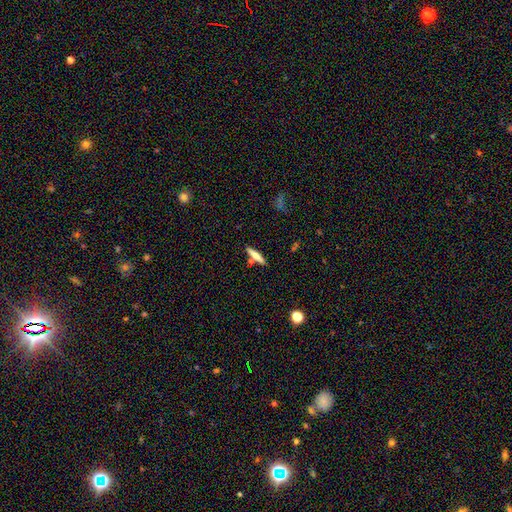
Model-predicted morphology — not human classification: smooth 57%, featured or disk 35%, star or artifact 8%. Down the decision tree: how rounded — cigar-shaped (82%); merging — none (79%).